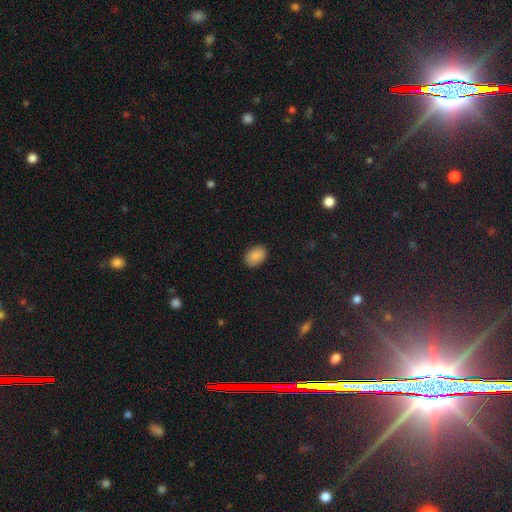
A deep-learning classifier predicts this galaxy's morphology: Q: Smooth or featured?
A: smooth (88%); runner-up: star or artifact (8%)
Q: How rounded?
A: in between (86%); runner-up: round (13%)
Q: Merging?
A: none (87%); runner-up: minor disturbance (10%)